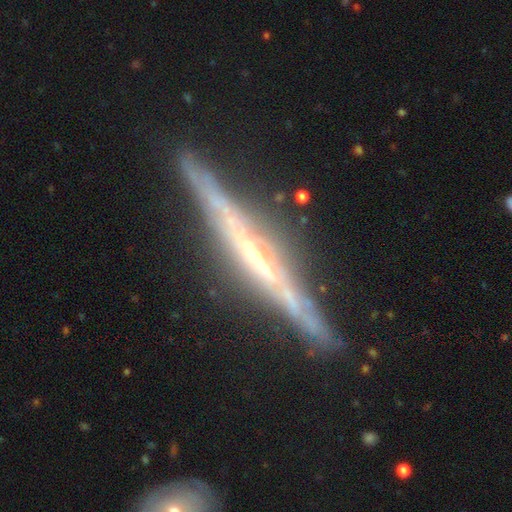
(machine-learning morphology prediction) featured or disk 85%, smooth 9%, star or artifact 6%. Down the decision tree: edge-on disk — yes (97%); edge-on bulge — none (56%); merging — none (84%).